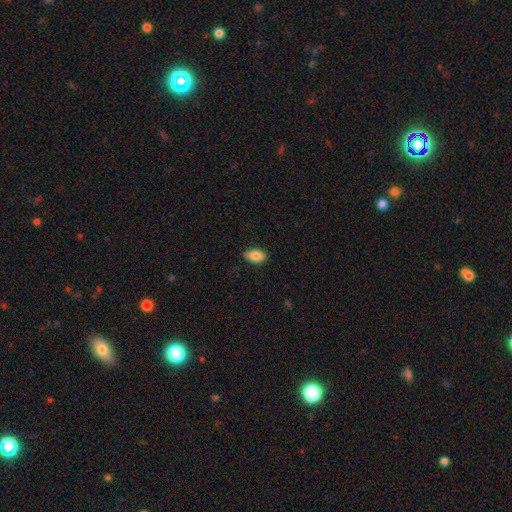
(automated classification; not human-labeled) Smooth or featured? Predicted: smooth (p=0.86). How rounded? Predicted: in between (p=0.91). Merging? Predicted: none (p=0.85).